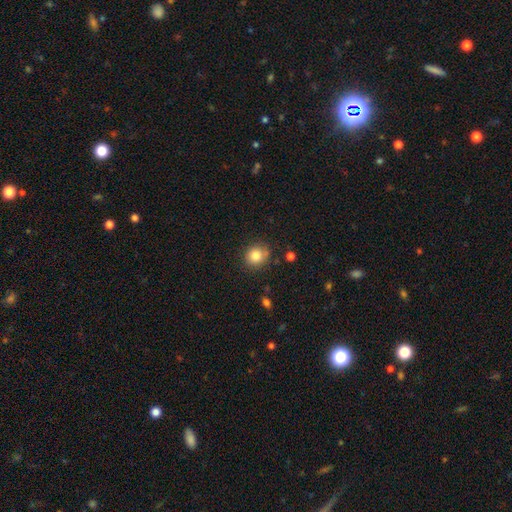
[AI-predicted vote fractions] smooth 83%, star or artifact 10%, featured or disk 7%. Down the decision tree: how rounded — round (82%); merging — none (80%).